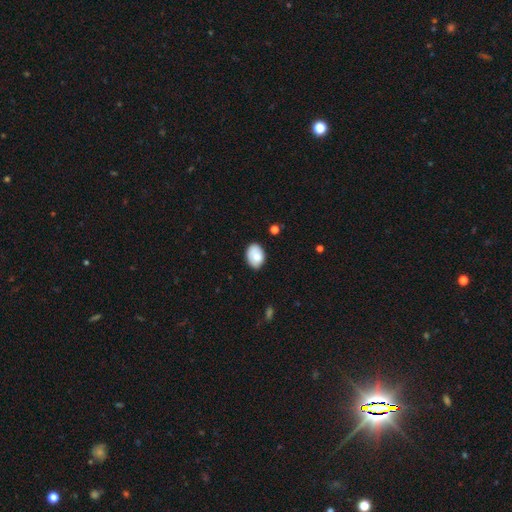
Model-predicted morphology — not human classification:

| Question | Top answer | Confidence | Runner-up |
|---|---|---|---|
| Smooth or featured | smooth | 77% | featured or disk (16%) |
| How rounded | in between | 80% | round (19%) |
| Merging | none | 74% | minor disturbance (20%) |